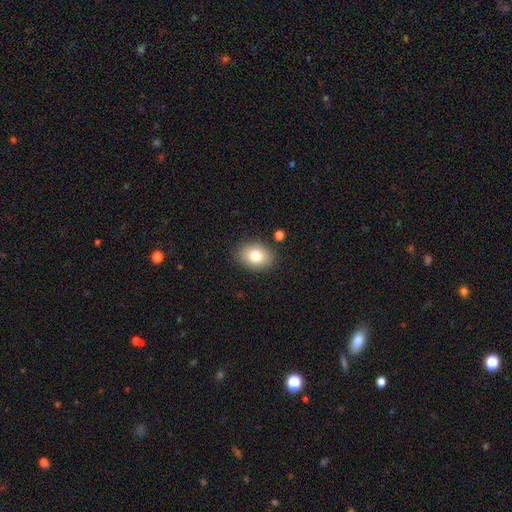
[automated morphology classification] smooth-or-featured: smooth: 80% | featured or disk: 11% | star or artifact: 9%
  how-rounded: in between: 70% | round: 29% | cigar-shaped: 1%
  merging: none: 86% | minor disturbance: 9% | major disturbance: 3% | merger: 2%